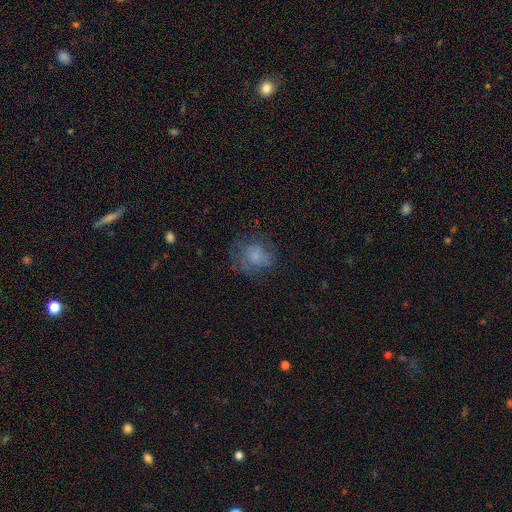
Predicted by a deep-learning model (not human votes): smooth_or_featured: smooth (p=0.66) [alt: featured or disk p=0.23]
how_rounded: round (p=0.76) [alt: in between p=0.23]
merging: none (p=0.61) [alt: minor disturbance p=0.21]